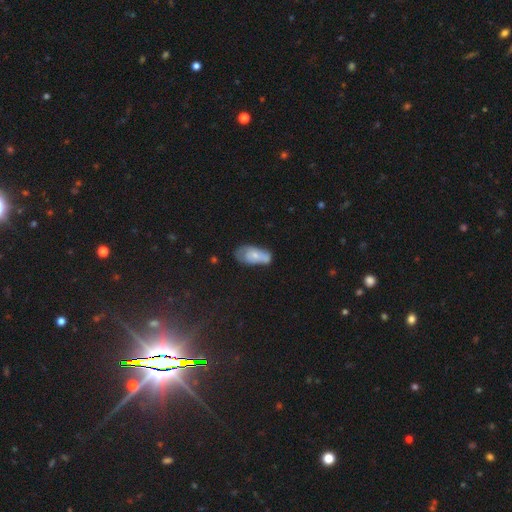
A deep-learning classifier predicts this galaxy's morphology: This appears to be a smooth galaxy with no disk features (58%) that is in between round and cigar-shaped (89%). Merging: none (37%).